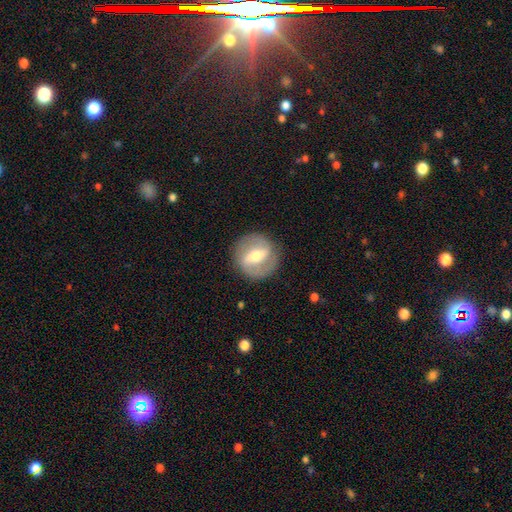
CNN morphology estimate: Smooth or featured?
  - featured or disk: 76% *
  - smooth: 19%
  - star or artifact: 5%
Edge-on disk?
  - no: 96% *
  - yes: 4%
Bar?
  - strong: 49% *
  - weak: 38%
  - no: 13%
Spiral arms?
  - yes: 83% *
  - no: 17%
Spiral winding?
  - medium: 47% *
  - tight: 29%
  - loose: 23%
Spiral arm count?
  - 2: 88% *
  - can't tell: 6%
  - 1: 3%
  - 3: 1%
  - 4: 1%
  - more than 4: 1%
Bulge size?
  - moderate: 65% *
  - small: 27%
  - large: 6%
  - none: 1%
  - dominant: 1%
Merging?
  - none: 85% *
  - minor disturbance: 9%
  - major disturbance: 4%
  - merger: 1%